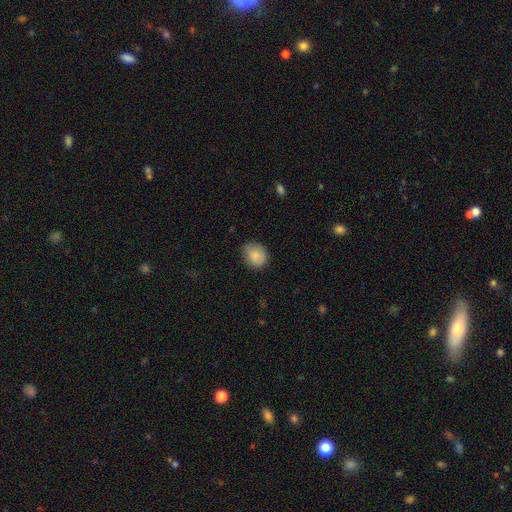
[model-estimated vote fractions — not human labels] Smooth or featured? smooth (83%)
How rounded? round (66%)
Merging? none (72%)